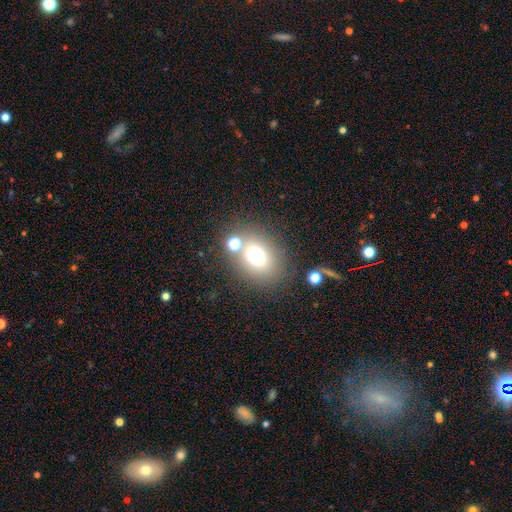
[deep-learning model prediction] smooth_or_featured: smooth (p=0.69) [alt: star or artifact p=0.17]
how_rounded: in between (p=0.52) [alt: round p=0.47]
merging: none (p=0.65) [alt: merger p=0.18]